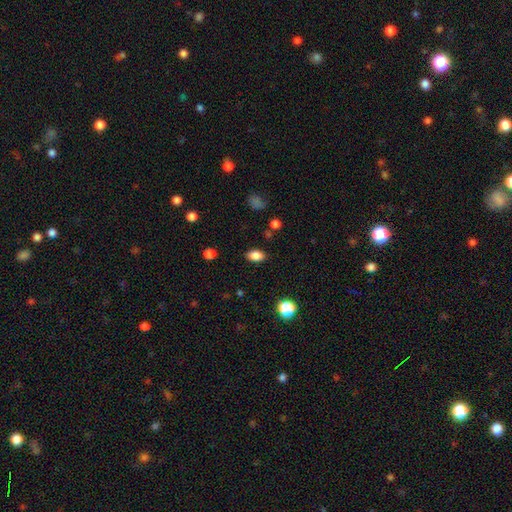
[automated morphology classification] Smooth or featured? smooth (85%)
How rounded? in between (87%)
Merging? none (85%)